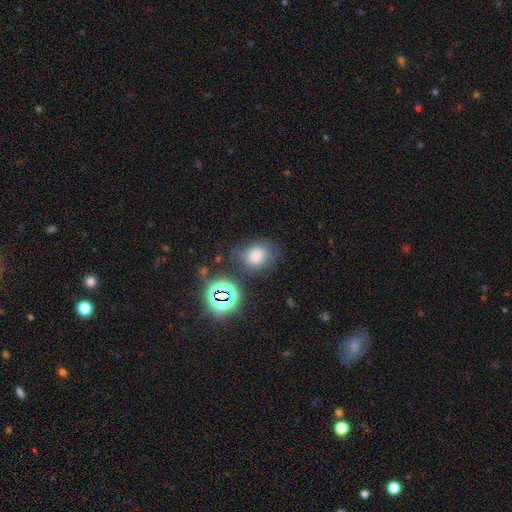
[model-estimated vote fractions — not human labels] This is possibly a smooth galaxy (49%). Merging: likely none (61%).